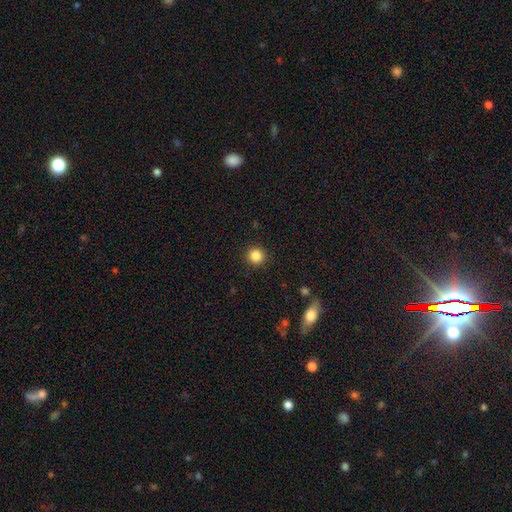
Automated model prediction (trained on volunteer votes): smooth-or-featured: smooth: 85% | star or artifact: 11% | featured or disk: 4%
  how-rounded: round: 94% | in between: 5% | cigar-shaped: 1%
  merging: none: 92% | minor disturbance: 5% | major disturbance: 2% | merger: 1%